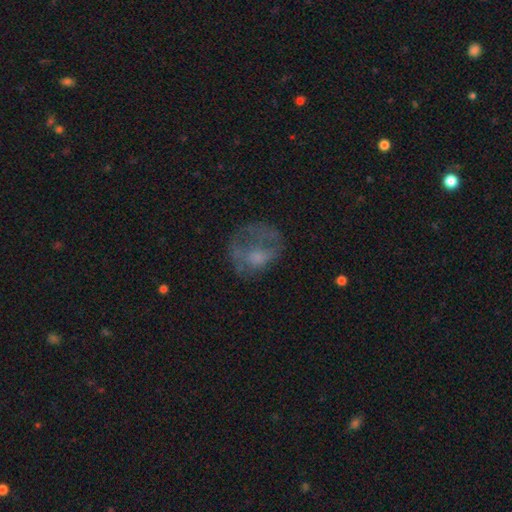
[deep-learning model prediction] Overall: smooth (46%; featured or disk 40%). Merging: none (38%, tied with major disturbance).